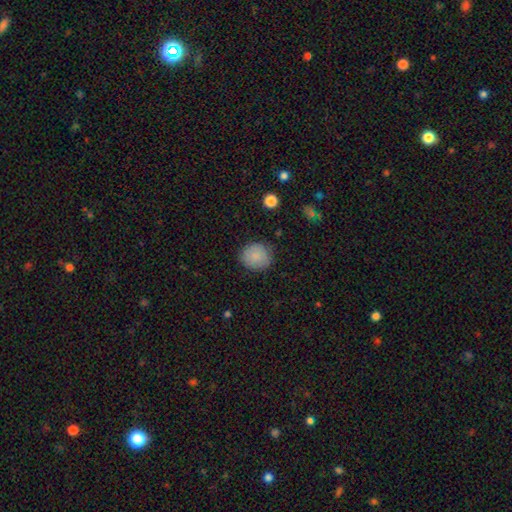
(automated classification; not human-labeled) smooth 85%, star or artifact 8%, featured or disk 7%. Down the decision tree: how rounded — round (82%); merging — none (81%).